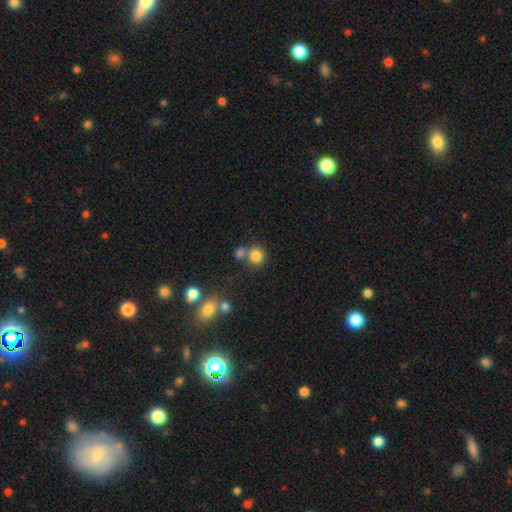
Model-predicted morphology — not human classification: This is clearly a smooth galaxy (81%). How rounded: clearly round (86%). Merging: possibly none (59%).